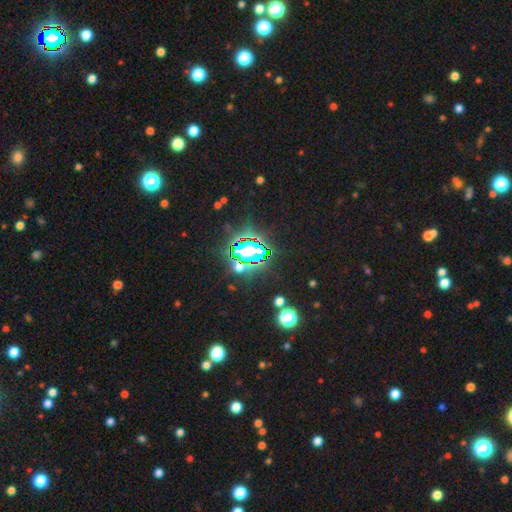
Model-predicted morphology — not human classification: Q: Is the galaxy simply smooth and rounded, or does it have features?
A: star or artifact — 81%.